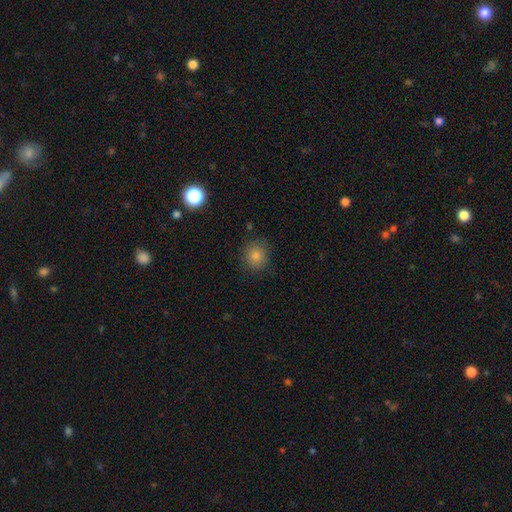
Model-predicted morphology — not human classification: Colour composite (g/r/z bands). It shows a smooth galaxy with no disk features (78%) that is round (87%). Merging: none (86%).